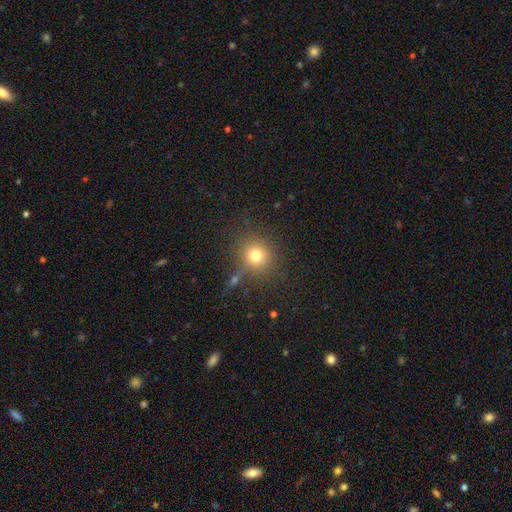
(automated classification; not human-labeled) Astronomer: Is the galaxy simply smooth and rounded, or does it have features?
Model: smooth — 74%.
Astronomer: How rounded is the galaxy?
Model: round — 89%.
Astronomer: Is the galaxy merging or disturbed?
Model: none — 77%.